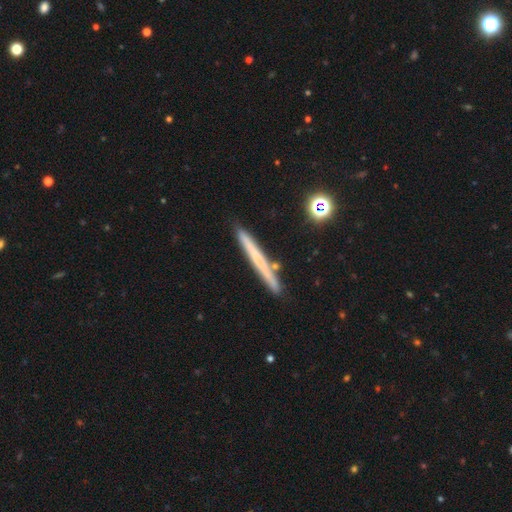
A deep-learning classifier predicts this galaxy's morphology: smooth-or-featured: smooth: 49% | featured or disk: 42% | star or artifact: 8%
  merging: none: 87% | minor disturbance: 9% | merger: 3% | major disturbance: 2%